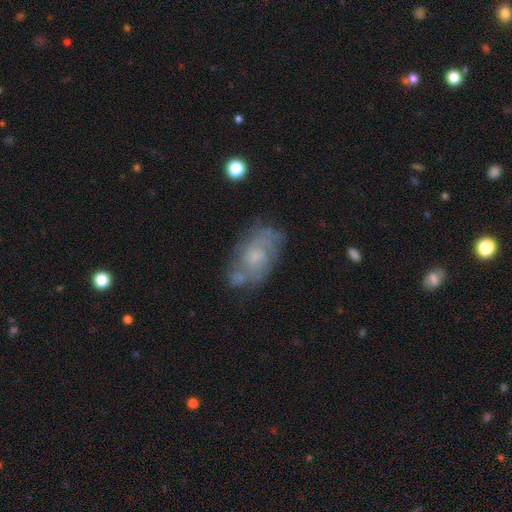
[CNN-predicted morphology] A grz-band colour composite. It shows a featured or disk galaxy (65%) with no bar (74%), spiral arms (79%) and a small central bulge (60%). Merging: none (62%).